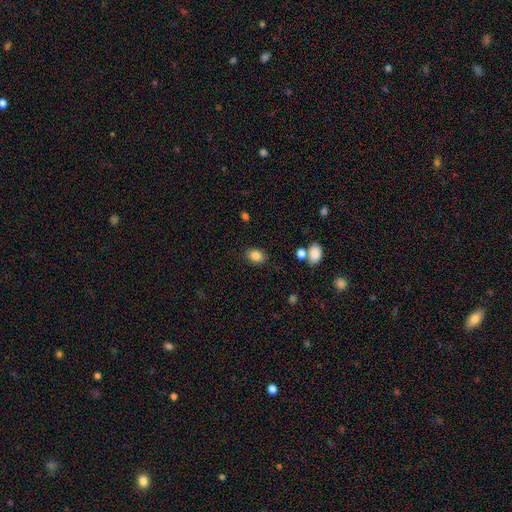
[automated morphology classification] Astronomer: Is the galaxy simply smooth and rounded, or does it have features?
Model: smooth — 84%.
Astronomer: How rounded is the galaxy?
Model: in between — 74%.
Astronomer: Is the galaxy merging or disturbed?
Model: none — 84%.